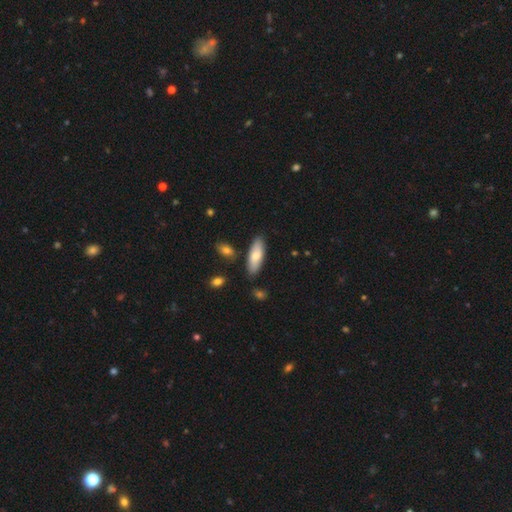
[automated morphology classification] Smooth or featured? smooth (73%)
How rounded? in between (67%)
Merging? none (82%)